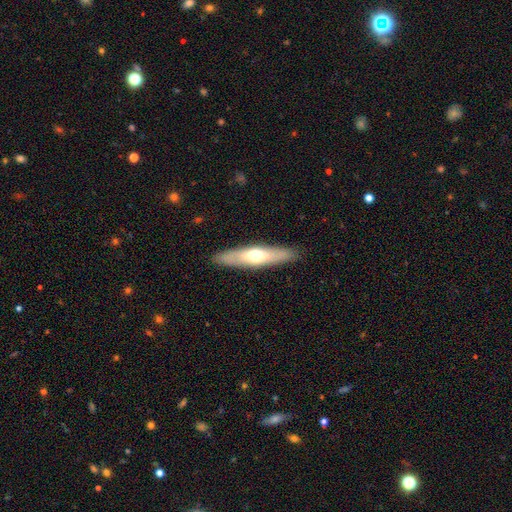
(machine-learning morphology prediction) Smooth or featured? Predicted: smooth (p=0.50). Merging? Predicted: none (p=0.90).